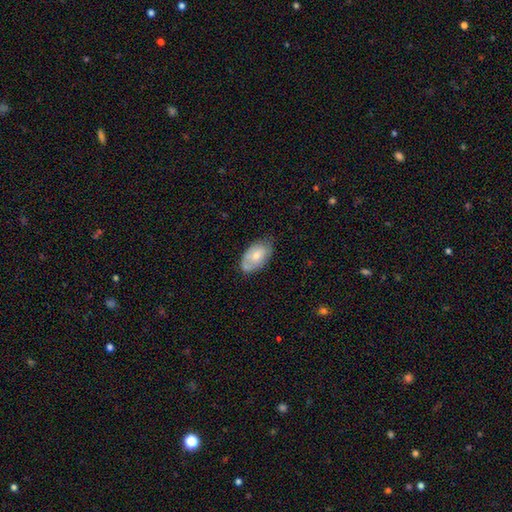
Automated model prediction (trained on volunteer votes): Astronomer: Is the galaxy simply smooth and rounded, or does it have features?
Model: smooth — 63%.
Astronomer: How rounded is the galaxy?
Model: in between — 93%.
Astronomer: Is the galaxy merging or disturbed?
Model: none — 60%.